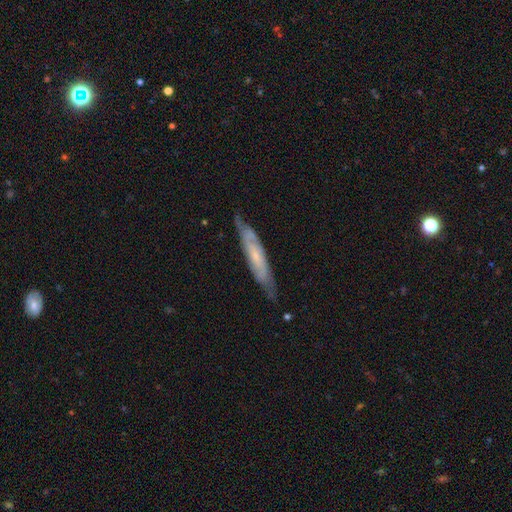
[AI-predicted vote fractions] featured or disk 68%, smooth 26%, star or artifact 6%. Down the decision tree: edge-on disk — no (52%); merging — none (74%).